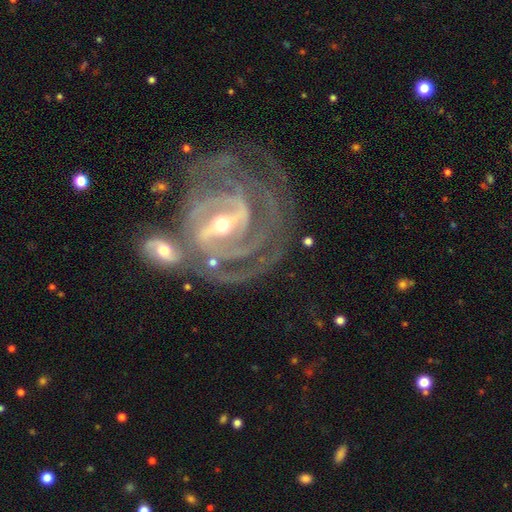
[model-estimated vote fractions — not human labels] smooth_or_featured: featured or disk (p=0.90) [alt: star or artifact p=0.06]
disk_edge_on: no (p=0.96) [alt: yes p=0.04]
bar: strong (p=0.52) [alt: weak p=0.36]
has_spiral_arms: yes (p=0.96) [alt: no p=0.04]
spiral_winding: tight (p=0.76) [alt: medium p=0.20]
spiral_arm_count: 2 (p=0.27) [alt: can't tell p=0.25]
bulge_size: small (p=0.57) [alt: moderate p=0.39]
merging: none (p=0.51) [alt: merger p=0.23]